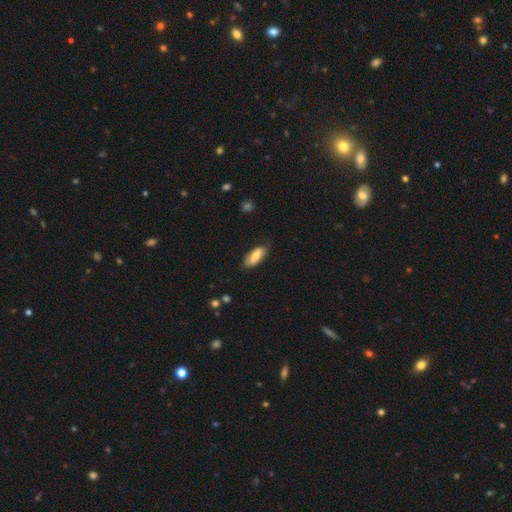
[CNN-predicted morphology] Smooth or featured: smooth — 77% (featured or disk — 17%)
How rounded: in between — 80% (cigar-shaped — 18%)
Merging: none — 68% (minor disturbance — 25%)